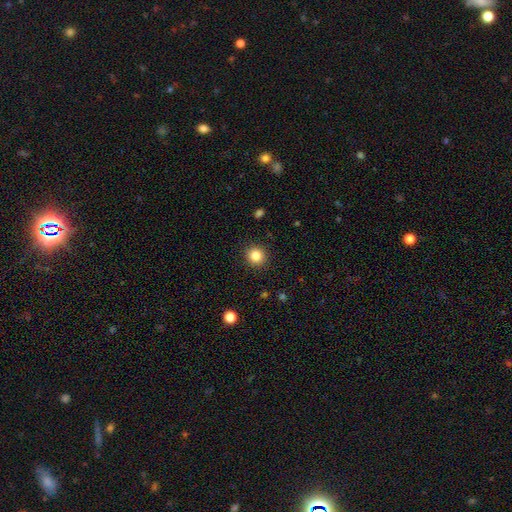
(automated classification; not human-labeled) Smooth or featured? Predicted: smooth (p=0.84). How rounded? Predicted: round (p=0.92). Merging? Predicted: none (p=0.92).